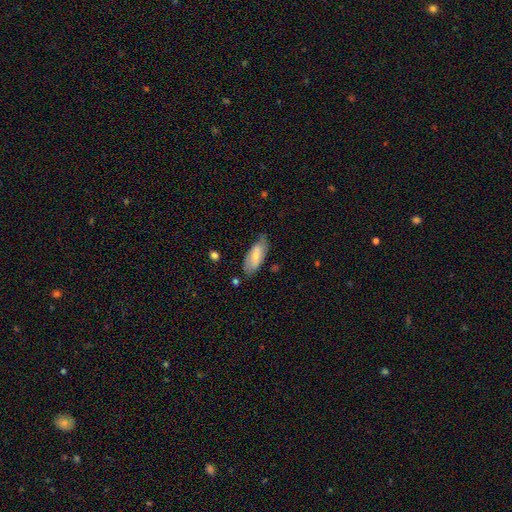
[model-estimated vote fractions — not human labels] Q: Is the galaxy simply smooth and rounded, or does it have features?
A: smooth — 66%.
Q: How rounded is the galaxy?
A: in between — 79%.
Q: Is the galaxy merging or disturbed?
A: none — 69%.